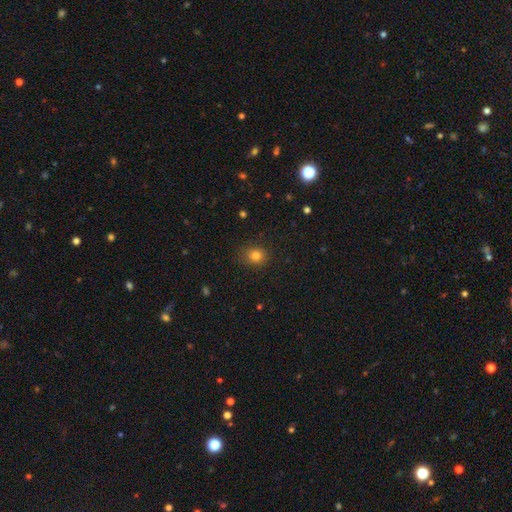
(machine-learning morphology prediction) Smooth or featured?
  - smooth: 81% *
  - star or artifact: 14%
  - featured or disk: 6%
How rounded?
  - round: 75% *
  - in between: 24%
  - cigar-shaped: 1%
Merging?
  - none: 85% *
  - minor disturbance: 10%
  - major disturbance: 3%
  - merger: 1%